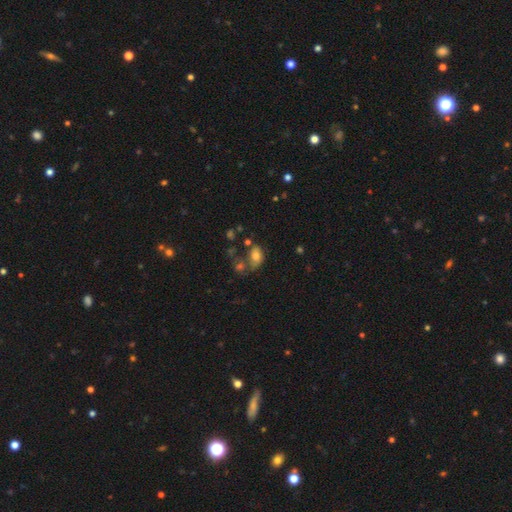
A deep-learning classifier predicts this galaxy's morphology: Smooth or featured: smooth — 70% (featured or disk — 19%)
How rounded: in between — 83% (round — 16%)
Merging: none — 31% (merger — 30%)